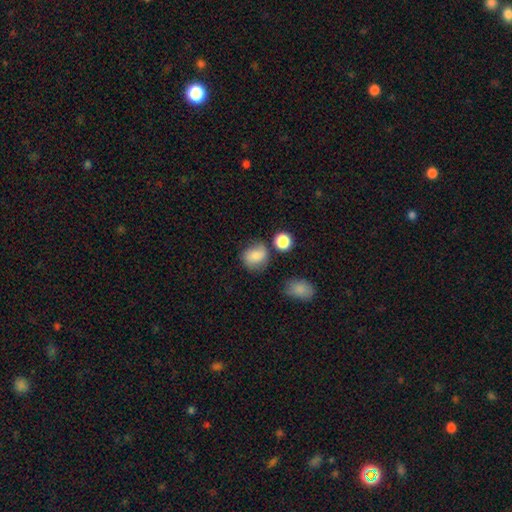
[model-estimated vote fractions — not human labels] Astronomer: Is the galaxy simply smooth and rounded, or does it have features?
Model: smooth — 77%.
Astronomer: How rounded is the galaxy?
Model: round — 66%.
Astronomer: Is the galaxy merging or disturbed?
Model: none — 60%.